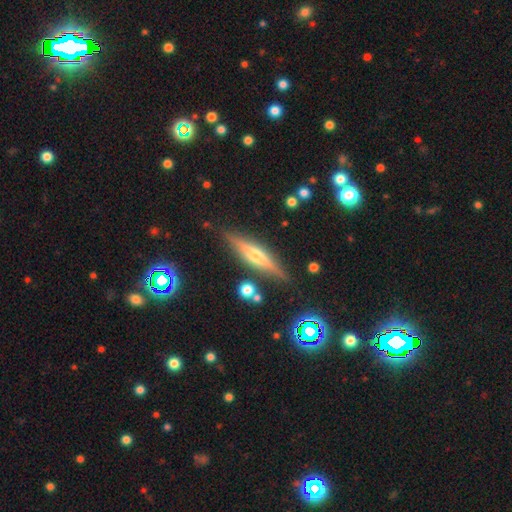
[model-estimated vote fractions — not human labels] This is likely a featured or disk galaxy (71%). It is clearly viewed edge-on (96%). Edge-on bulge: clearly rounded (82%). Merging: clearly none (86%).